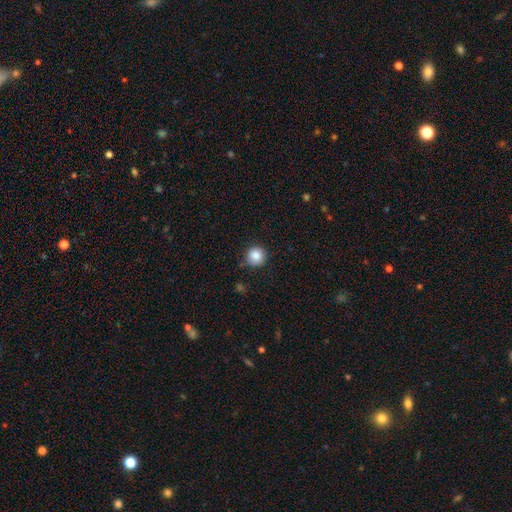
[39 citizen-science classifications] Q: Smooth or featured?
A: smooth (85%); runner-up: featured or disk (8%)
Q: How rounded?
A: round (100%)
Q: Merging?
A: none (94%); runner-up: minor disturbance (6%)